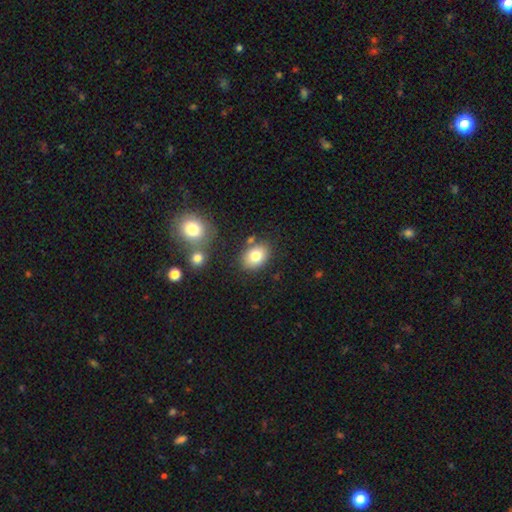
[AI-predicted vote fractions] This is likely a smooth galaxy (79%). How rounded: likely in between (66%). Merging: likely none (78%).